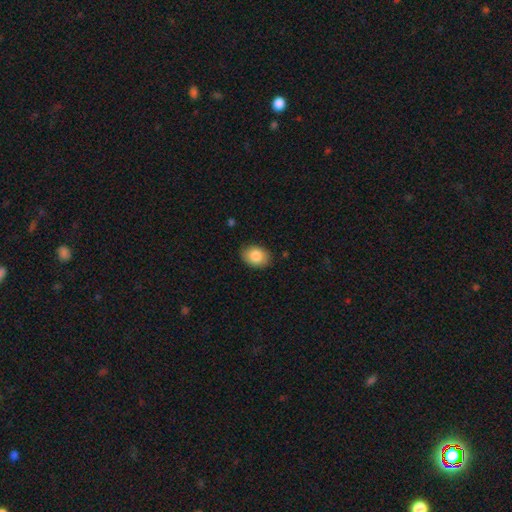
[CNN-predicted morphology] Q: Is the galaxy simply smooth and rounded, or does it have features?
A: smooth — 85%.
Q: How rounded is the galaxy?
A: in between — 75%.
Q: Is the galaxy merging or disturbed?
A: none — 85%.